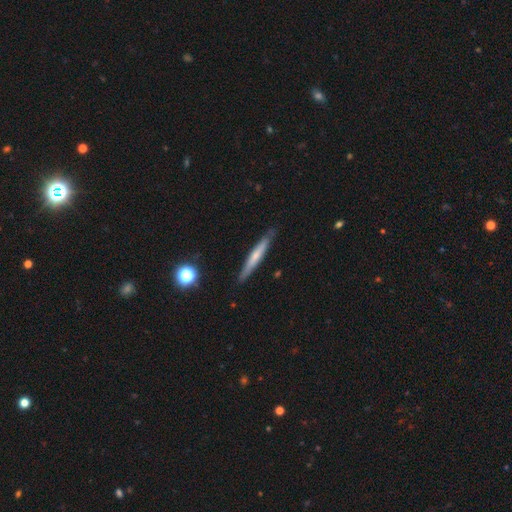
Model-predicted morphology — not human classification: Smooth or featured: smooth — 51% (featured or disk — 43%)
How rounded: cigar-shaped — 95% (in between — 4%)
Merging: none — 87% (minor disturbance — 10%)